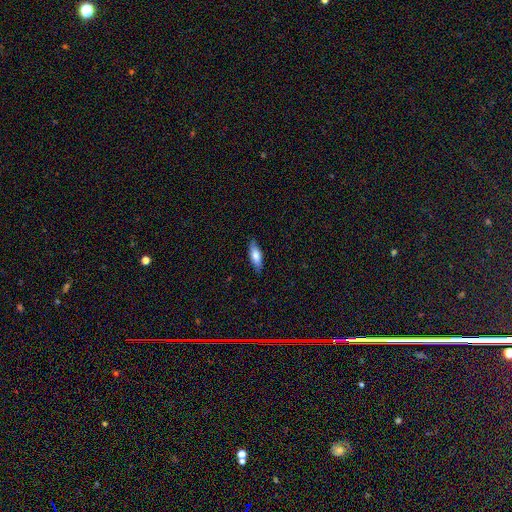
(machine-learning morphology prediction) smooth 76%, featured or disk 18%, star or artifact 6%. Down the decision tree: how rounded — in between (60%); merging — none (84%).